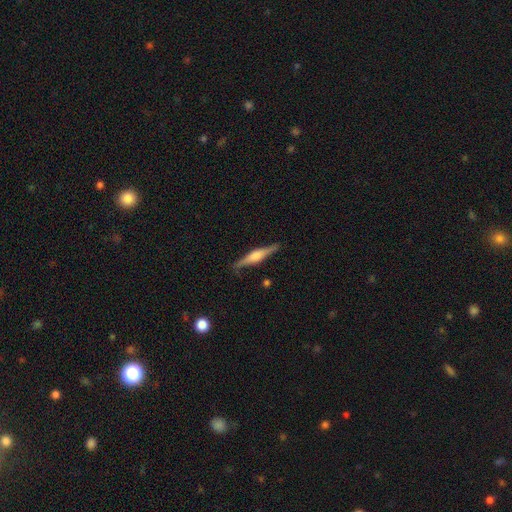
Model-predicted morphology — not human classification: Overall: featured or disk (70%). Edge-on disk: yes (98%). Edge-on bulge: rounded (72%). Merging: none (88%).